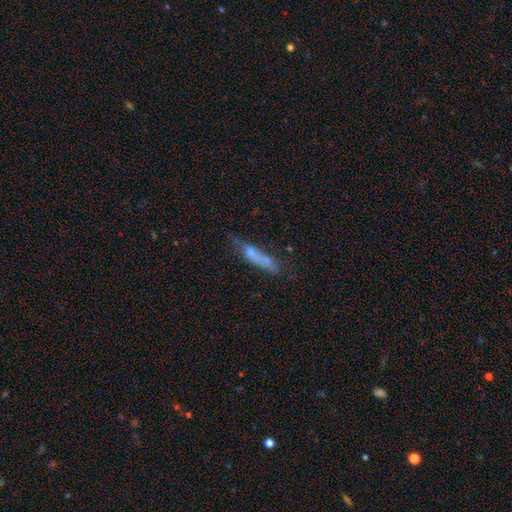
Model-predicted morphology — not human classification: Smooth or featured? Predicted: smooth (p=0.52). How rounded? Predicted: cigar-shaped (p=0.73). Merging? Predicted: none (p=0.41).